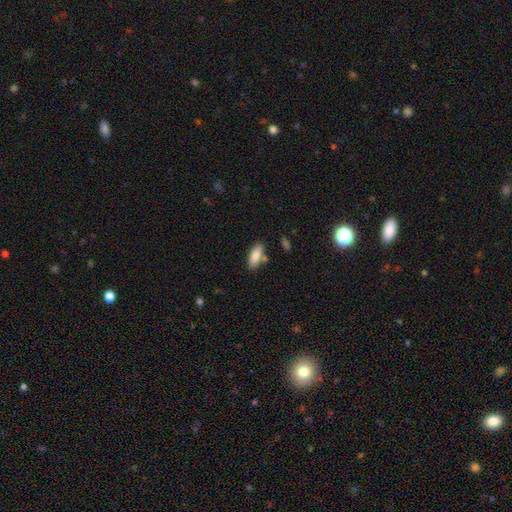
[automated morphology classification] smooth-or-featured: smooth: 85% | featured or disk: 8% | star or artifact: 7%
  how-rounded: in between: 80% | cigar-shaped: 18% | round: 2%
  merging: none: 76% | minor disturbance: 13% | merger: 8% | major disturbance: 3%